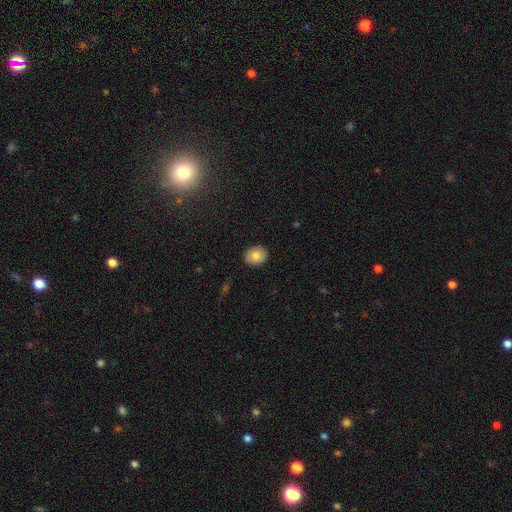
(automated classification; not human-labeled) Overall: smooth (80%). How rounded: round (55%; in between 44%). Merging: none (90%).